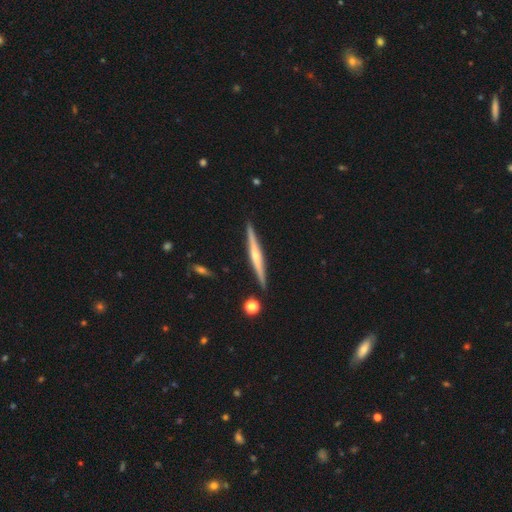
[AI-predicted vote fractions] Smooth or featured: featured or disk — 74% (smooth — 20%)
Edge-on disk: yes — 98% (no — 2%)
Edge-on bulge: rounded — 74% (none — 19%)
Merging: none — 90% (minor disturbance — 7%)